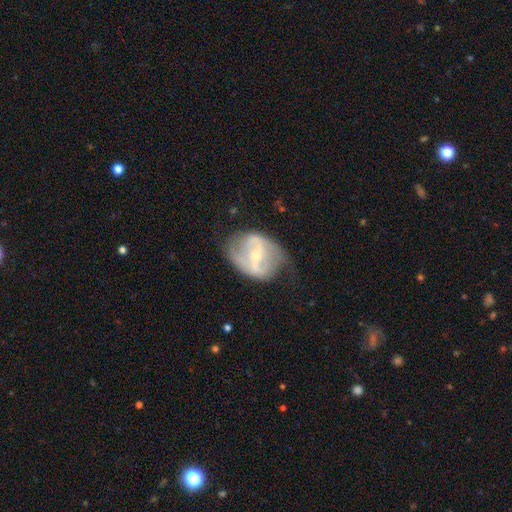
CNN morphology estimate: This appears to be a featured or disk galaxy (74%) with a strong bar (49%), spiral arms (64%) and a small central bulge (61%). Merging: none (51%).